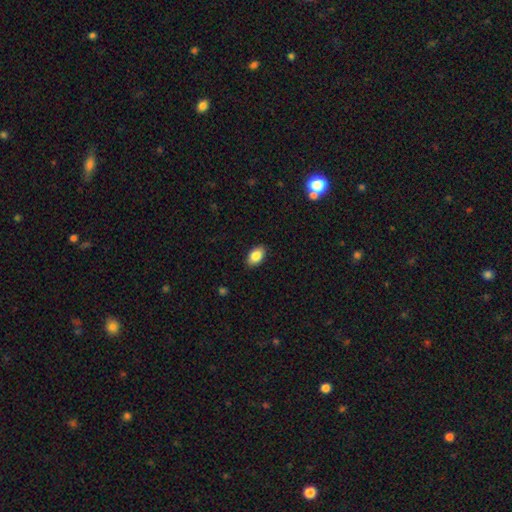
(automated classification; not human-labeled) Smooth or featured: smooth — 87% (star or artifact — 7%)
How rounded: in between — 90% (round — 8%)
Merging: none — 88% (minor disturbance — 9%)